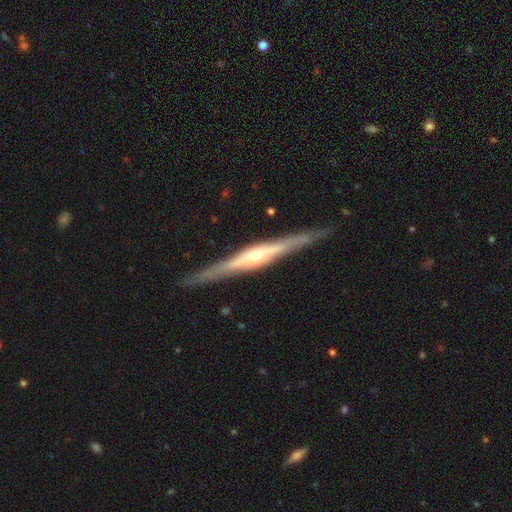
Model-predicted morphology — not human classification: A featured or disk galaxy (84%) viewed edge-on (98%) with a rounded central bulge (79%). Merging: none (89%).